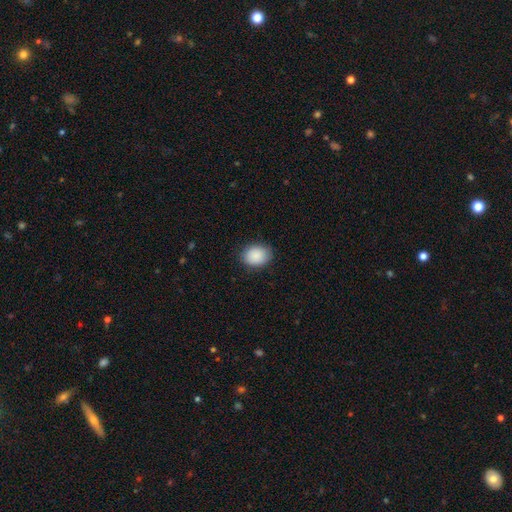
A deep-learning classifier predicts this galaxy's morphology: Smooth or featured?
  - smooth: 89% *
  - star or artifact: 7%
  - featured or disk: 4%
How rounded?
  - in between: 57% *
  - round: 43%
  - cigar-shaped: 1%
Merging?
  - none: 85% *
  - minor disturbance: 11%
  - major disturbance: 3%
  - merger: 1%